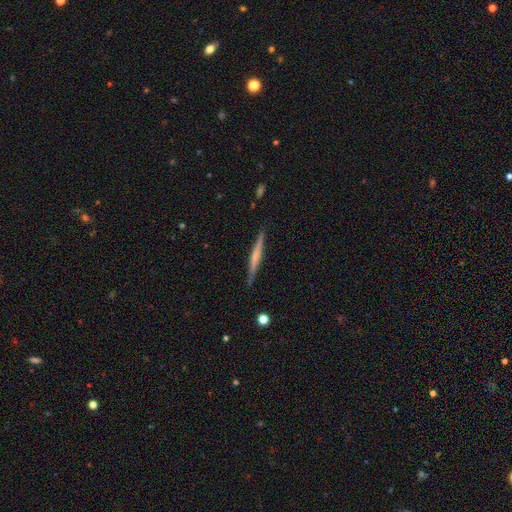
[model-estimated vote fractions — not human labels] smooth_or_featured: featured or disk (p=0.57) [alt: smooth p=0.38]
disk_edge_on: yes (p=0.98) [alt: no p=0.02]
edge_on_bulge: none (p=0.52) [alt: rounded p=0.30]
merging: none (p=0.88) [alt: minor disturbance p=0.09]